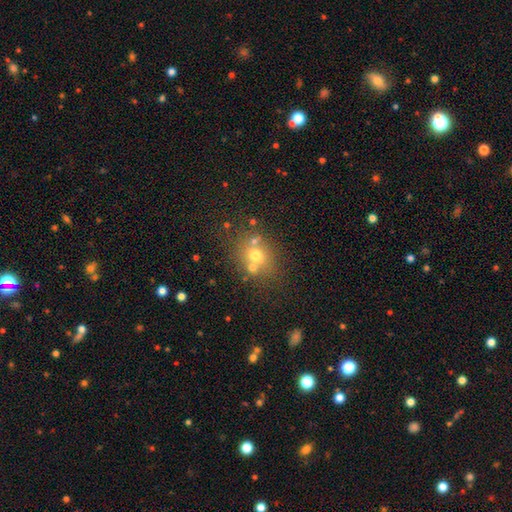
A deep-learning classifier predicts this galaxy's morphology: A smooth galaxy with no disk features (62%) that is round (66%).

Vote fractions:
- Smooth or featured? smooth: 62% / featured or disk: 20% / star or artifact: 18%
- How rounded? round: 66% / in between: 33% / cigar-shaped: 1%
- Merging? none: 58% / merger: 25% / minor disturbance: 12% / major disturbance: 5%